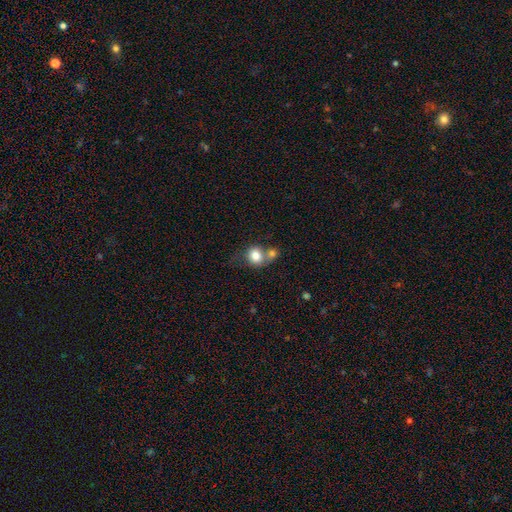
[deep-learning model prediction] This appears to be a smooth galaxy with no disk features (80%) that is round (73%). Merging: merger (48%).